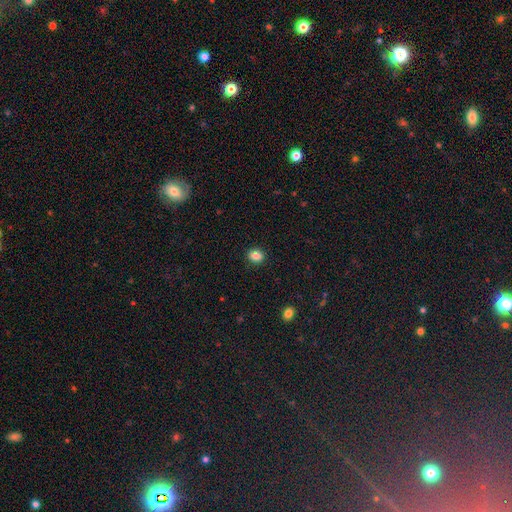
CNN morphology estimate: smooth 85%, star or artifact 11%, featured or disk 4%. Down the decision tree: how rounded — round (57%); merging — none (89%).